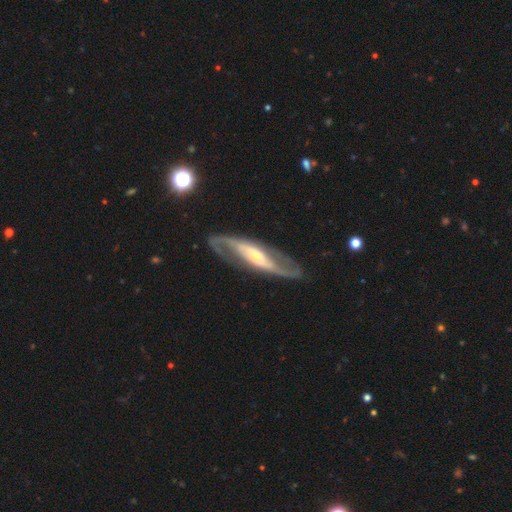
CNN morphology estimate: Smooth or featured?
  - featured or disk: 88% *
  - smooth: 8%
  - star or artifact: 4%
Edge-on disk?
  - no: 88% *
  - yes: 12%
Bar?
  - strong: 43% *
  - weak: 30%
  - no: 27%
Spiral arms?
  - yes: 95% *
  - no: 5%
Spiral winding?
  - medium: 45% *
  - loose: 38%
  - tight: 17%
Spiral arm count?
  - 2: 92% *
  - can't tell: 4%
  - 1: 2%
  - 3: 1%
  - 4: 1%
  - more than 4: 1%
Bulge size?
  - small: 62% *
  - moderate: 31%
  - large: 4%
  - none: 2%
  - dominant: 1%
Merging?
  - none: 82% *
  - minor disturbance: 11%
  - major disturbance: 5%
  - merger: 2%